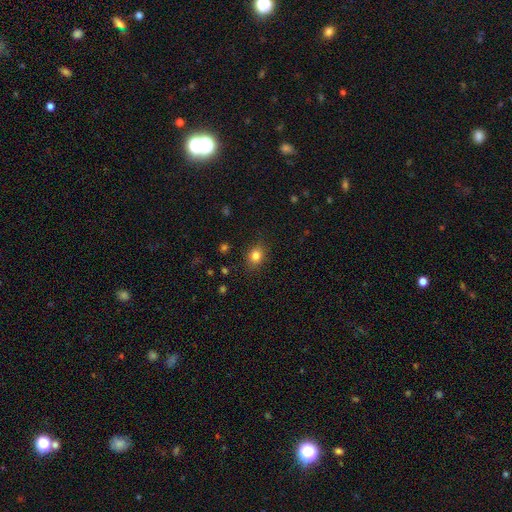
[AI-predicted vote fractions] Smooth or featured? smooth (82%)
How rounded? in between (53%)
Merging? none (85%)